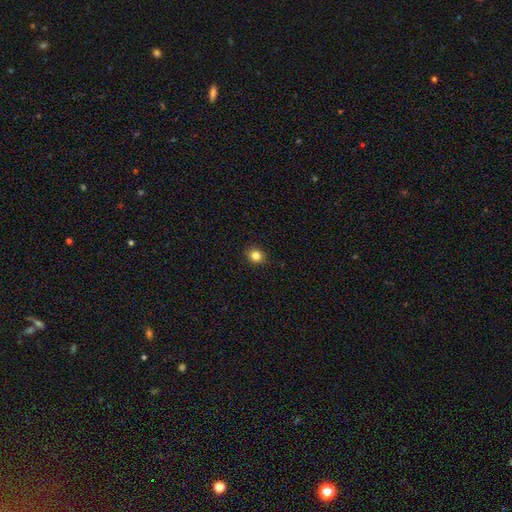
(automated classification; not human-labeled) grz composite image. It shows a smooth galaxy with no disk features (83%) that is round (73%). Merging: none (91%).